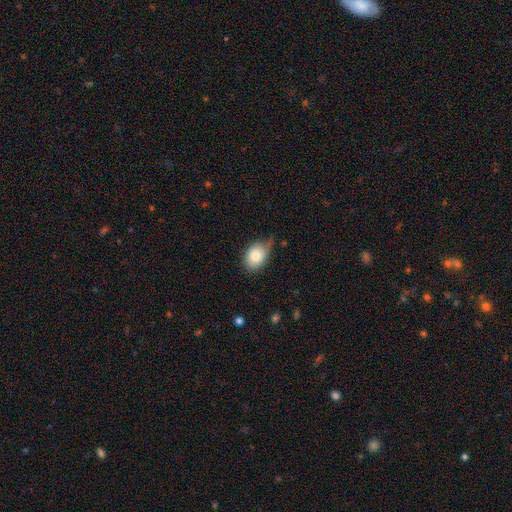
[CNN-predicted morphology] Smooth or featured?
  - smooth: 82% *
  - featured or disk: 10%
  - star or artifact: 8%
How rounded?
  - in between: 71% *
  - round: 28%
  - cigar-shaped: 1%
Merging?
  - none: 46% *
  - minor disturbance: 40%
  - major disturbance: 11%
  - merger: 3%